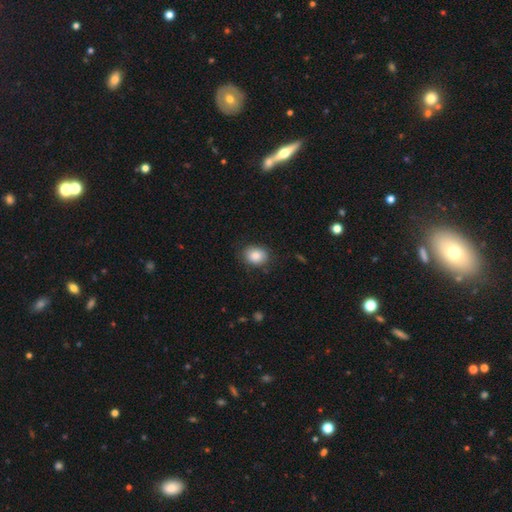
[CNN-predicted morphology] Smooth or featured? smooth (85%)
How rounded? in between (55%)
Merging? none (81%)